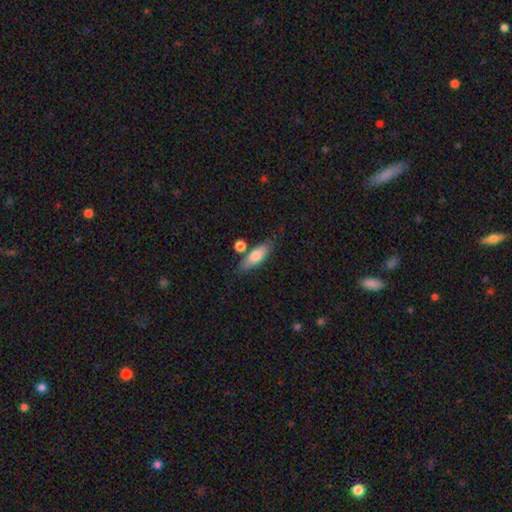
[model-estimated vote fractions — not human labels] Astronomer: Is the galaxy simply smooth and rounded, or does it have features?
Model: smooth — 76%.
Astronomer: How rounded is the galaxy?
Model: in between — 62%.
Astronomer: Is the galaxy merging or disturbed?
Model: none — 67%.